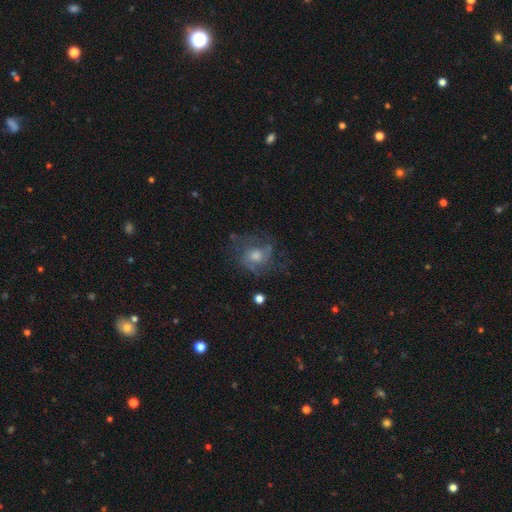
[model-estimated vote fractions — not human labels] smooth_or_featured: featured or disk (p=0.62) [alt: smooth p=0.24]
disk_edge_on: no (p=0.97) [alt: yes p=0.03]
bar: no (p=0.71) [alt: weak p=0.25]
has_spiral_arms: yes (p=0.77) [alt: no p=0.23]
bulge_size: moderate (p=0.55) [alt: small p=0.23]
merging: none (p=0.61) [alt: major disturbance p=0.19]